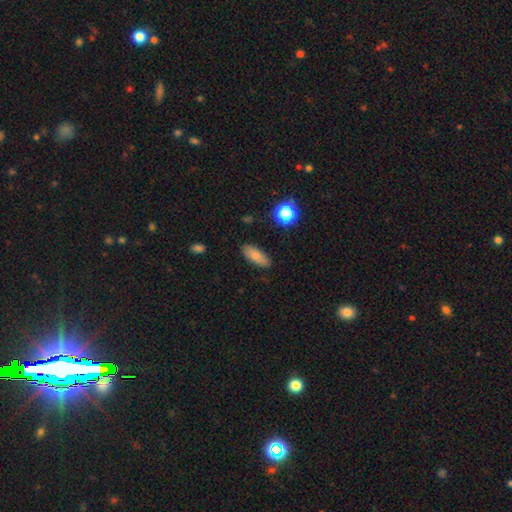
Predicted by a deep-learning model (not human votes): smooth 79%, featured or disk 13%, star or artifact 8%. Down the decision tree: how rounded — in between (74%); merging — none (85%).